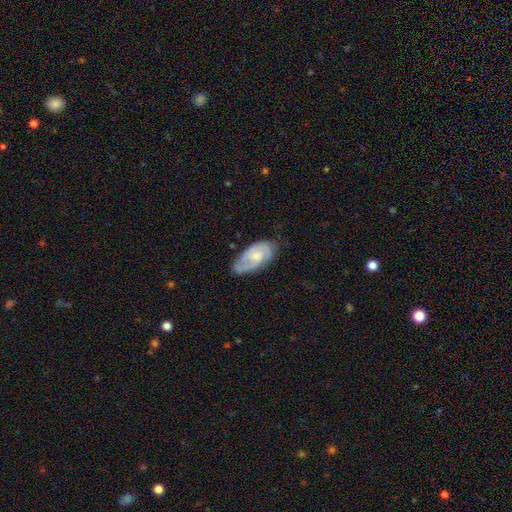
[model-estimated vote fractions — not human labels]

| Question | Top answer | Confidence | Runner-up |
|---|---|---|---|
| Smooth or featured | featured or disk | 69% | smooth (26%) |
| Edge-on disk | no | 95% | yes (5%) |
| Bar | no | 64% | weak (31%) |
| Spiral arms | yes | 90% | no (10%) |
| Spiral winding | tight | 47% | medium (41%) |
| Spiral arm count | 2 | 55% | can't tell (23%) |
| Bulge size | small | 50% | moderate (37%) |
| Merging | none | 64% | minor disturbance (26%) |